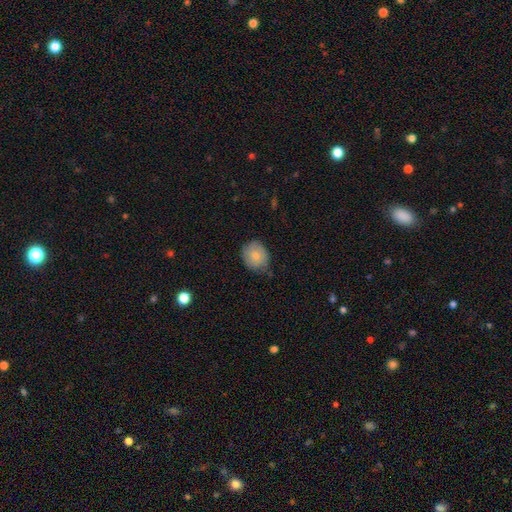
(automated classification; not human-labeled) smooth-or-featured: smooth: 79% | featured or disk: 13% | star or artifact: 7%
  how-rounded: round: 66% | in between: 33% | cigar-shaped: 1%
  merging: none: 68% | minor disturbance: 27% | major disturbance: 4% | merger: 1%